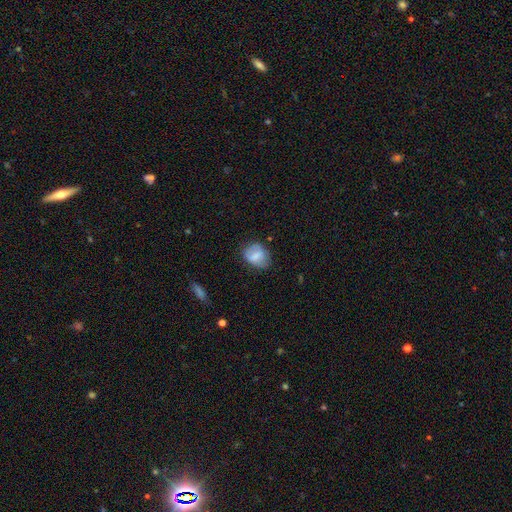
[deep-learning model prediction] Smooth or featured? Predicted: smooth (p=0.69). How rounded? Predicted: in between (p=0.61). Merging? Predicted: none (p=0.62).